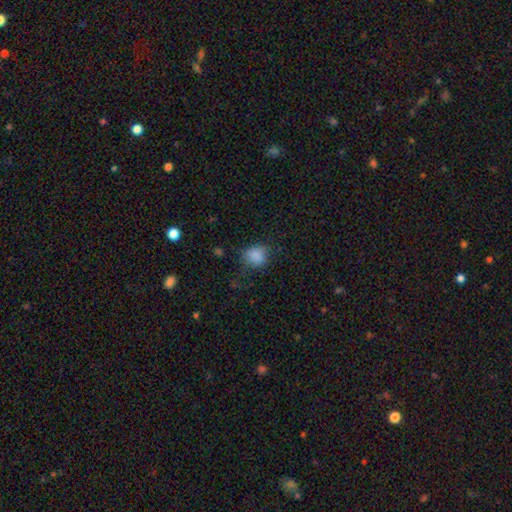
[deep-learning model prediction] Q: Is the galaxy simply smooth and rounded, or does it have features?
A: smooth — 84%.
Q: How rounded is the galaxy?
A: round — 64%.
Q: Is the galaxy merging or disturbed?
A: none — 64%.